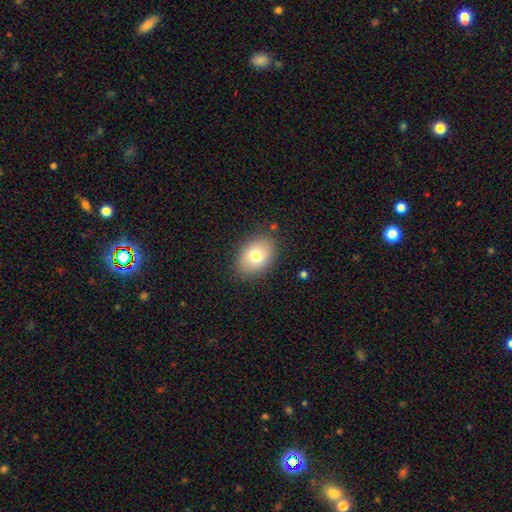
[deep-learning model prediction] A smooth galaxy with no disk features (76%) that is in between round and cigar-shaped (78%).

Vote fractions:
- Smooth or featured? smooth: 76% / featured or disk: 14% / star or artifact: 9%
- How rounded? in between: 78% / round: 21% / cigar-shaped: 1%
- Merging? none: 84% / minor disturbance: 11% / major disturbance: 3% / merger: 1%